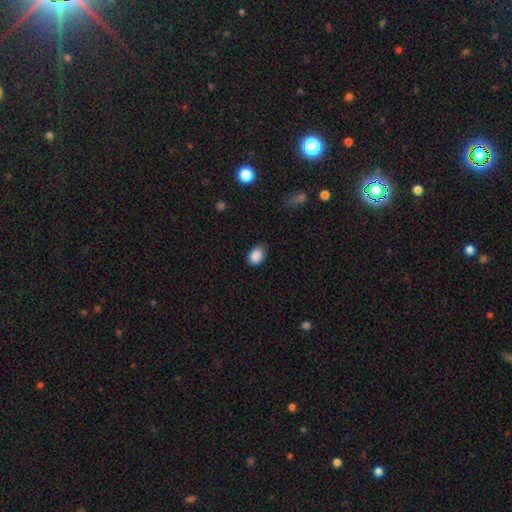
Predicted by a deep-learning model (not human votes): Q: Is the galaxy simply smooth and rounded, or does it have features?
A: smooth — 88%.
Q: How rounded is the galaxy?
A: in between — 71%.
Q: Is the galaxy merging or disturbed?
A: none — 69%.